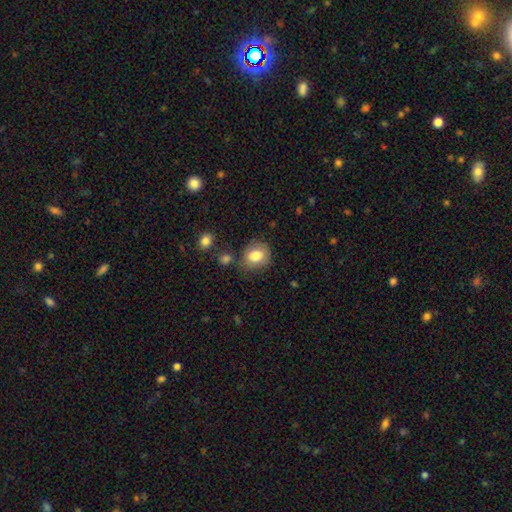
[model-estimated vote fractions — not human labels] smooth 81%, featured or disk 10%, star or artifact 9%. Down the decision tree: how rounded — round (64%); merging — none (72%).